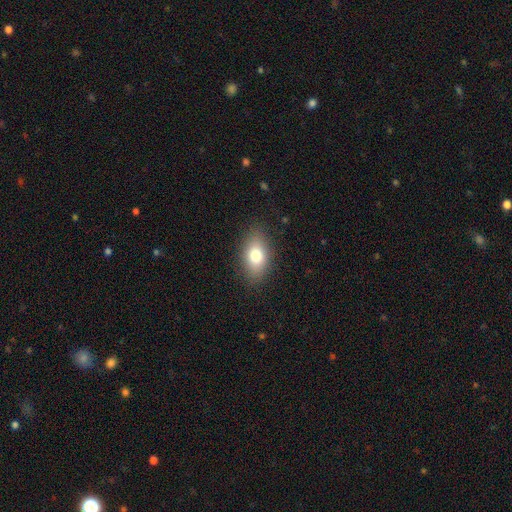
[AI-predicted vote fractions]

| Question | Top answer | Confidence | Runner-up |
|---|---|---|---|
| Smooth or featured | smooth | 78% | featured or disk (13%) |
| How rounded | in between | 86% | round (11%) |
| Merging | none | 86% | minor disturbance (10%) |